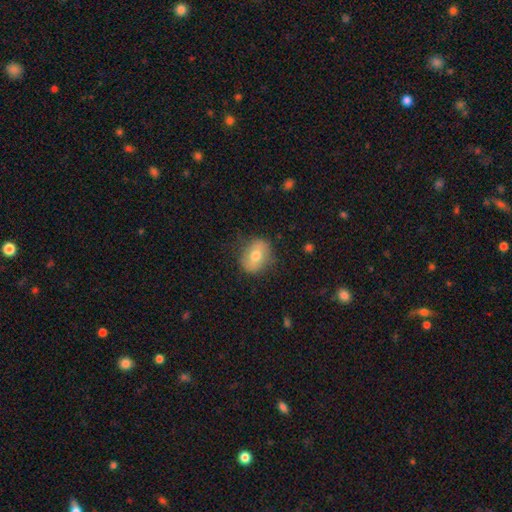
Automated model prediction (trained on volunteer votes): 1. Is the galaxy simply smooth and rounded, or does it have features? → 61% smooth, 31% featured or disk, 8% star or artifact.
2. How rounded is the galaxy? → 57% in between, 41% round, 2% cigar-shaped.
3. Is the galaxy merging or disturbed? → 79% none, 15% minor disturbance, 4% major disturbance, 1% merger.